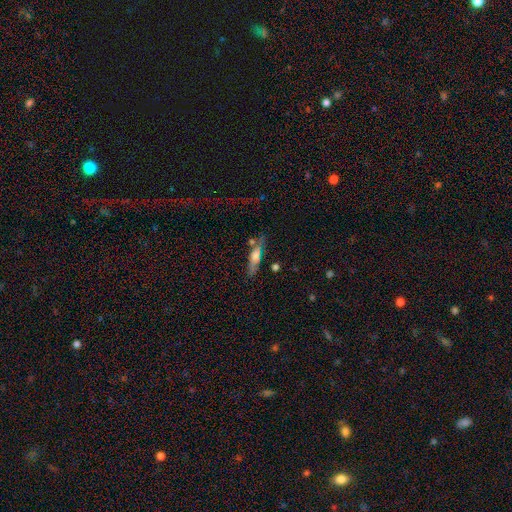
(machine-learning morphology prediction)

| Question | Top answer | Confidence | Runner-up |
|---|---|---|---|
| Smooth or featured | smooth | 59% | featured or disk (32%) |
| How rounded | cigar-shaped | 70% | in between (27%) |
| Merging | none | 64% | minor disturbance (20%) |